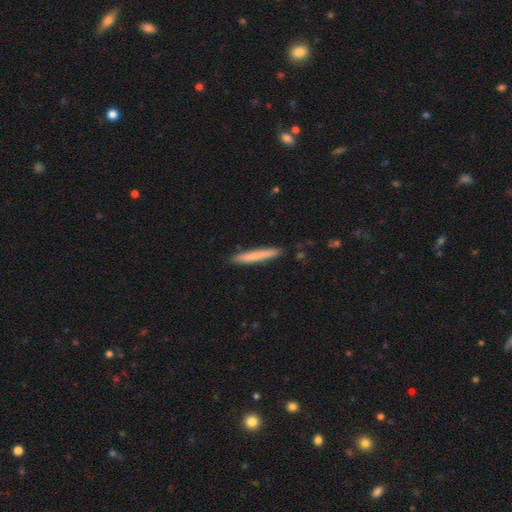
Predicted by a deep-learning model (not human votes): Smooth or featured? Predicted: smooth (p=0.74). How rounded? Predicted: cigar-shaped (p=0.96). Merging? Predicted: none (p=0.90).